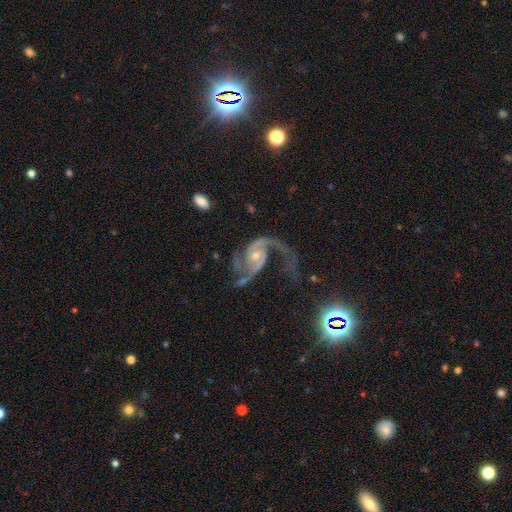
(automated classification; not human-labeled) Smooth or featured? featured or disk (91%)
Edge-on disk? no (98%)
Bar? no (62%)
Spiral arms? yes (98%)
Spiral winding? medium (47%)
Spiral arm count? 2 (79%)
Bulge size? small (55%)
Merging? none (47%)